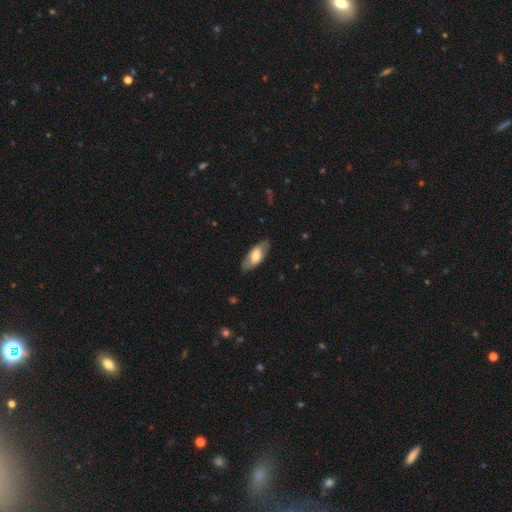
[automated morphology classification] Smooth or featured?
  - smooth: 63% *
  - featured or disk: 31%
  - star or artifact: 6%
How rounded?
  - in between: 86% *
  - cigar-shaped: 12%
  - round: 2%
Merging?
  - none: 82% *
  - minor disturbance: 14%
  - major disturbance: 4%
  - merger: 1%